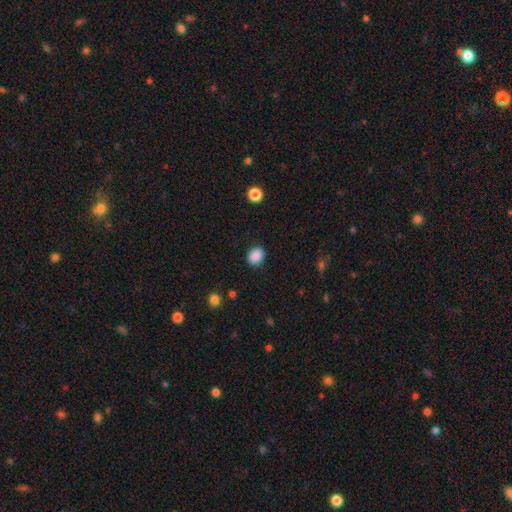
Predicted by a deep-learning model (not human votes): Smooth or featured: smooth — 88% (star or artifact — 9%)
How rounded: in between — 59% (round — 40%)
Merging: none — 85% (minor disturbance — 11%)